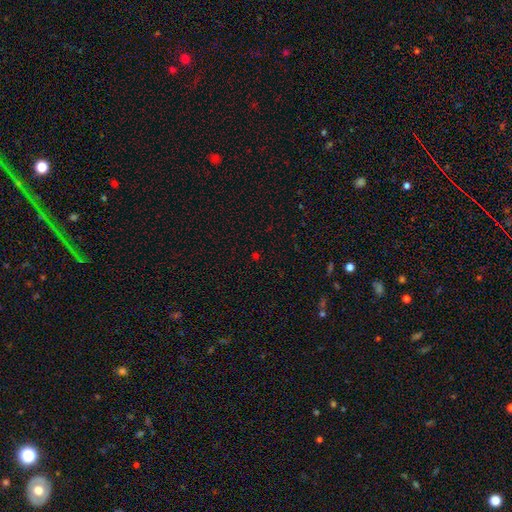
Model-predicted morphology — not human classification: smooth-or-featured: star or artifact: 57% | smooth: 37% | featured or disk: 6%